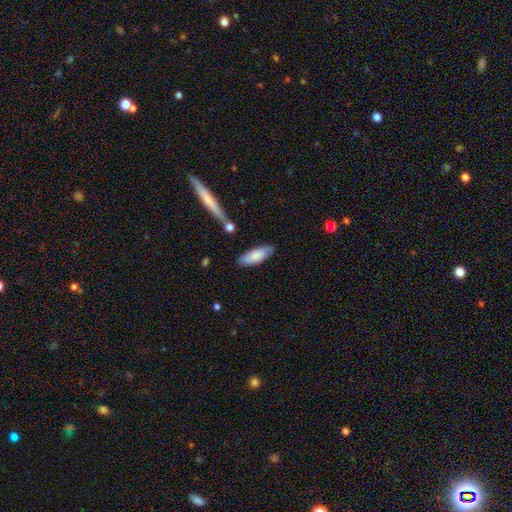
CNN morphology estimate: smooth_or_featured: smooth (p=0.77) [alt: featured or disk p=0.17]
how_rounded: in between (p=0.68) [alt: cigar-shaped p=0.31]
merging: none (p=0.74) [alt: minor disturbance p=0.17]